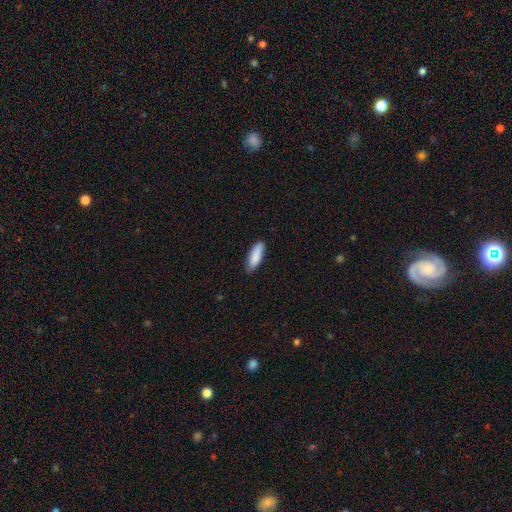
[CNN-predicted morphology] This appears to be a smooth galaxy with no disk features (88%) that is in between round and cigar-shaped (57%). Merging: none (84%).